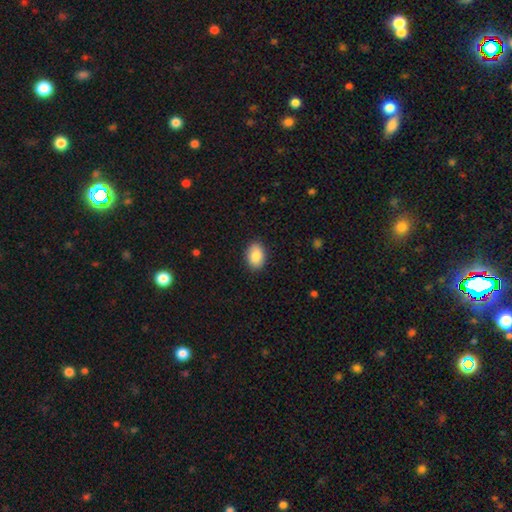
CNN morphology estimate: Smooth or featured?
  - smooth: 88% *
  - star or artifact: 7%
  - featured or disk: 5%
How rounded?
  - in between: 85% *
  - round: 14%
  - cigar-shaped: 1%
Merging?
  - none: 89% *
  - minor disturbance: 8%
  - major disturbance: 2%
  - merger: 1%